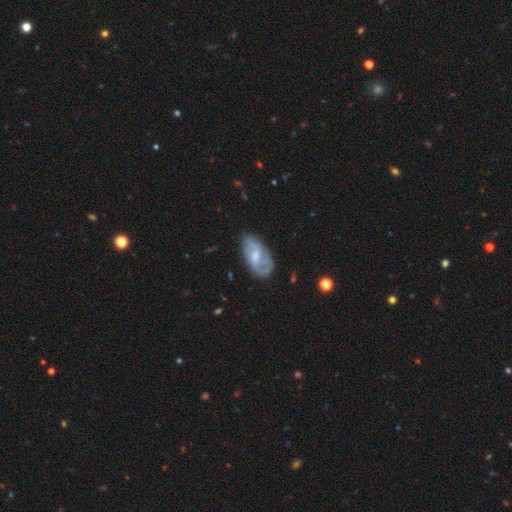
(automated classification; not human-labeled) Smooth or featured? featured or disk (67%)
Edge-on disk? no (94%)
Bar? weak (50%)
Spiral arms? yes (84%)
Spiral winding? medium (44%)
Spiral arm count? 2 (62%)
Bulge size? moderate (46%)
Merging? none (69%)